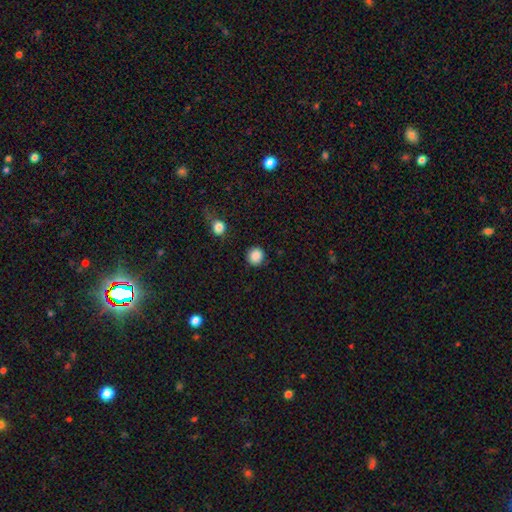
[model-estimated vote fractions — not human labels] smooth-or-featured: smooth: 88% | star or artifact: 9% | featured or disk: 3%
  how-rounded: round: 91% | in between: 8% | cigar-shaped: 1%
  merging: none: 89% | minor disturbance: 7% | major disturbance: 2% | merger: 2%